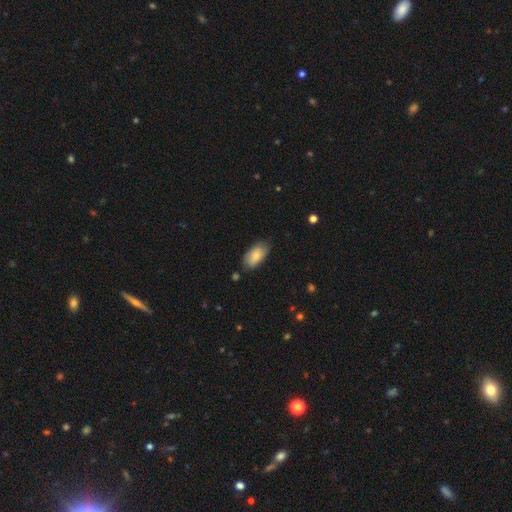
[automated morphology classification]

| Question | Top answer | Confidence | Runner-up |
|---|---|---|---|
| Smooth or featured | smooth | 83% | featured or disk (11%) |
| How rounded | in between | 93% | cigar-shaped (4%) |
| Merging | none | 75% | minor disturbance (20%) |